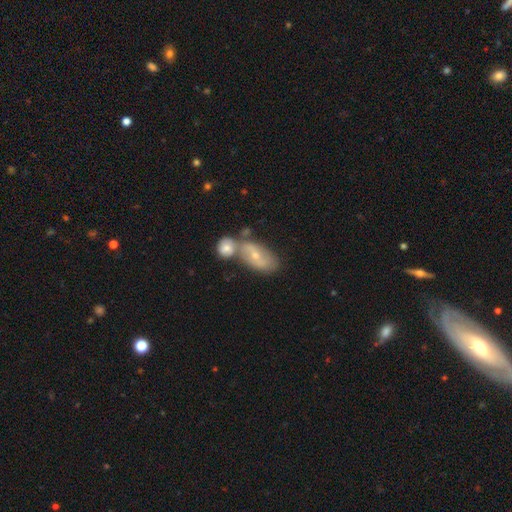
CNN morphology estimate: Smooth or featured? Predicted: featured or disk (p=0.47). Merging? Predicted: merger (p=0.50).